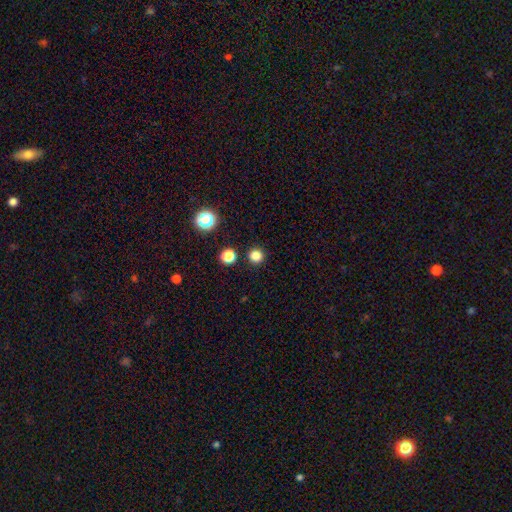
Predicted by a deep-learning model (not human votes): Smooth or featured?
  - smooth: 81% *
  - star or artifact: 15%
  - featured or disk: 4%
How rounded?
  - round: 95% *
  - in between: 4%
  - cigar-shaped: 1%
Merging?
  - none: 91% *
  - minor disturbance: 4%
  - merger: 2%
  - major disturbance: 2%